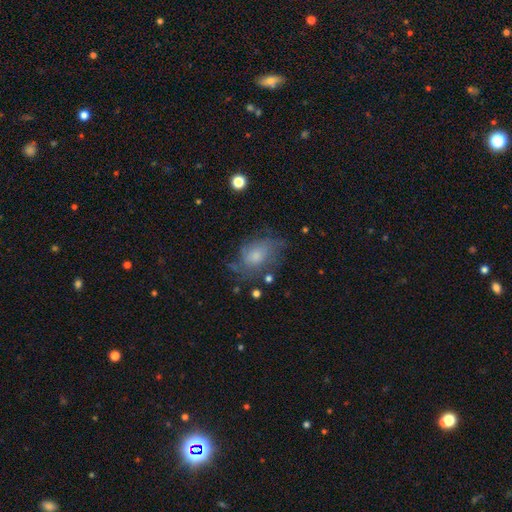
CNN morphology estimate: smooth-or-featured: featured or disk: 52% | smooth: 35% | star or artifact: 13%
  disk-edge-on: no: 95% | yes: 5%
  merging: none: 60% | minor disturbance: 23% | major disturbance: 15% | merger: 2%